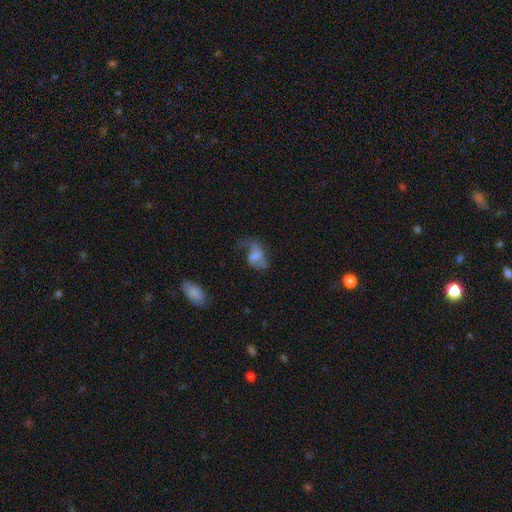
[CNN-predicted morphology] Smooth or featured? featured or disk (45%)
Merging? major disturbance (44%)